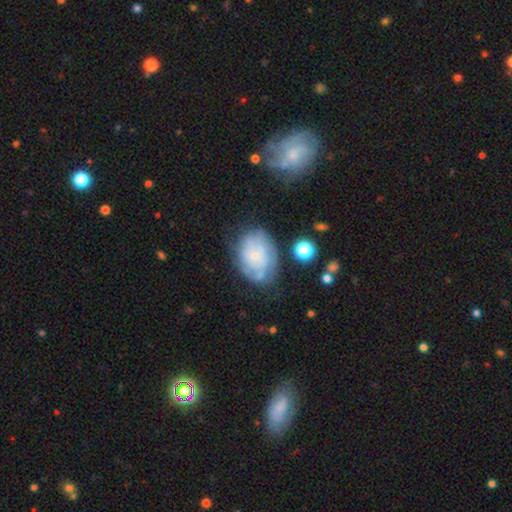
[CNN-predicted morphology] featured or disk 63%, smooth 28%, star or artifact 8%. Down the decision tree: edge-on disk — no (97%); bar — no (74%); spiral arms — yes (75%); bulge size — small (74%); merging — none (59%).